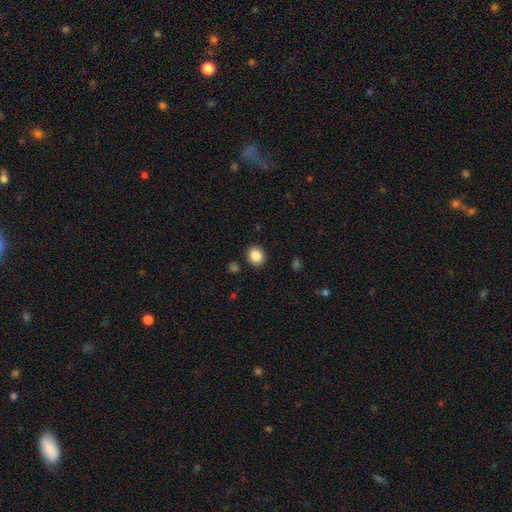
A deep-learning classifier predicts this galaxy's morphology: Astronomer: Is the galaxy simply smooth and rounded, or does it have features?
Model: smooth — 85%.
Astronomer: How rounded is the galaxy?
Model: round — 74%.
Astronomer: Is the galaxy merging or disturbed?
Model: none — 90%.